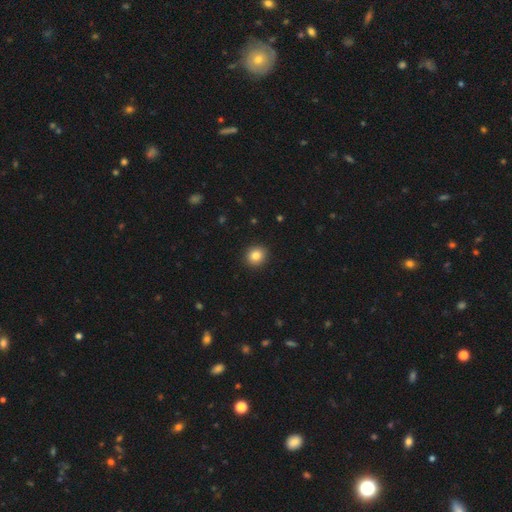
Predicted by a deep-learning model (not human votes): The model was most divided on "how rounded": round: 84%, in between: 15%, cigar-shaped: 1%. More confident: merging — none (92%); smooth or featured — smooth (84%).